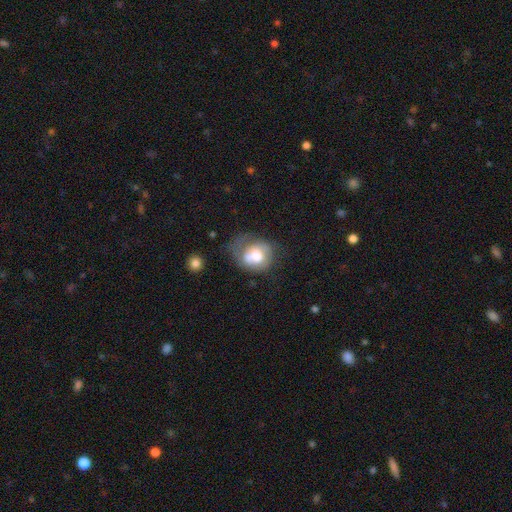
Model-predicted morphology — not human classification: The model was most divided on "merging": none: 30%, minor disturbance: 27%, major disturbance: 27%, merger: 16%. More confident: how rounded — round (64%); smooth or featured — smooth (58%).